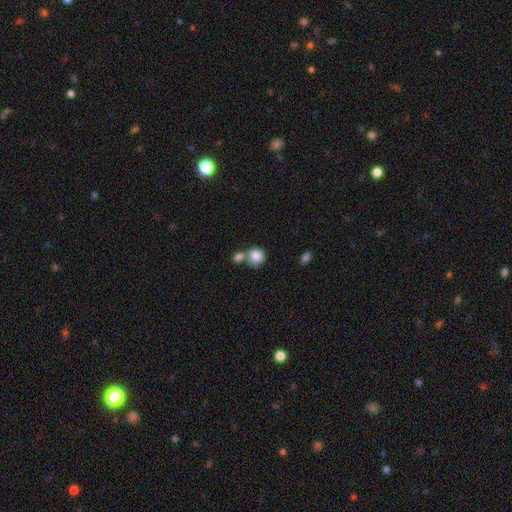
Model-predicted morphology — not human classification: smooth_or_featured: smooth (p=0.84) [alt: featured or disk p=0.08]
how_rounded: round (p=0.79) [alt: in between p=0.20]
merging: none (p=0.42) [tied with: merger p=0.42]